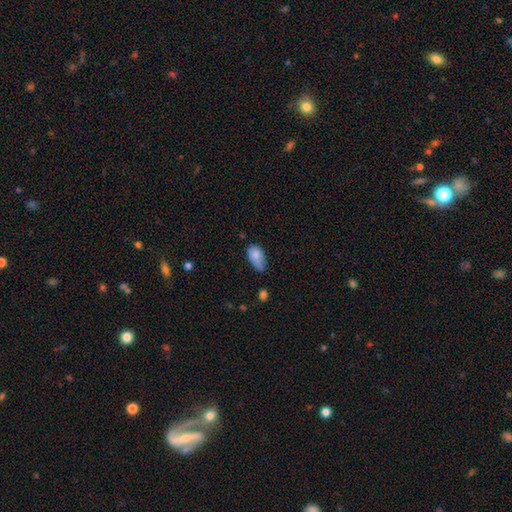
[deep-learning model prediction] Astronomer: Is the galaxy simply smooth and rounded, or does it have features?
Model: smooth — 81%.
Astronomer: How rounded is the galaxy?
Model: in between — 92%.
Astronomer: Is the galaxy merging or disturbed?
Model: minor disturbance — 46% (runner-up: none, 38%).